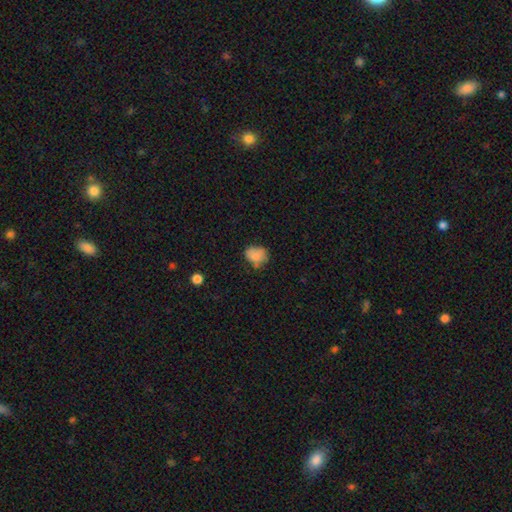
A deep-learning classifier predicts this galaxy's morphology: Smooth or featured? Predicted: smooth (p=0.77). How rounded? Predicted: round (p=0.56). Merging? Predicted: none (p=0.57).